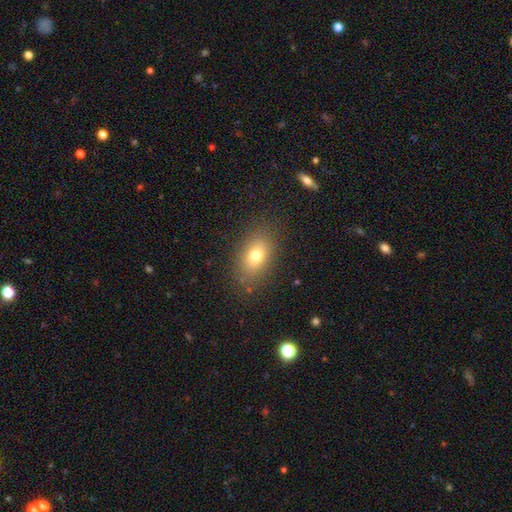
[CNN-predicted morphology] A smooth galaxy with no disk features (74%) that is in between round and cigar-shaped (81%).

Vote fractions:
- Smooth or featured? smooth: 74% / featured or disk: 14% / star or artifact: 12%
- How rounded? in between: 81% / round: 17% / cigar-shaped: 3%
- Merging? none: 84% / minor disturbance: 11% / major disturbance: 4% / merger: 1%